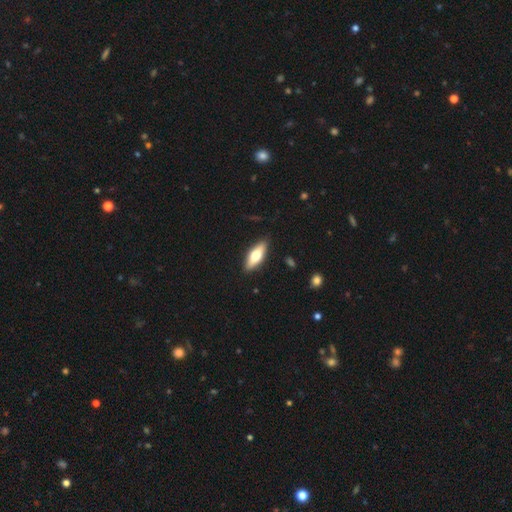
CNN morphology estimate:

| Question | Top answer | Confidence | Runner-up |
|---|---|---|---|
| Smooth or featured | smooth | 60% | featured or disk (35%) |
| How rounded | in between | 62% | cigar-shaped (35%) |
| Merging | none | 88% | minor disturbance (9%) |